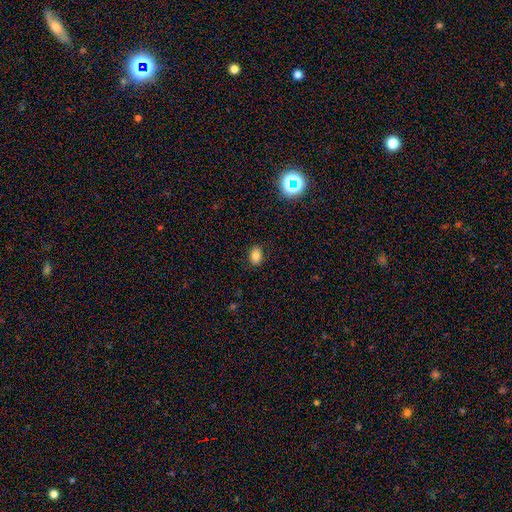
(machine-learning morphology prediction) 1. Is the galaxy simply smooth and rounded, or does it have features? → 80% smooth, 12% star or artifact, 8% featured or disk.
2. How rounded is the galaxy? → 78% in between, 21% round, 1% cigar-shaped.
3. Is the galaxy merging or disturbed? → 86% none, 10% minor disturbance, 3% major disturbance, 1% merger.